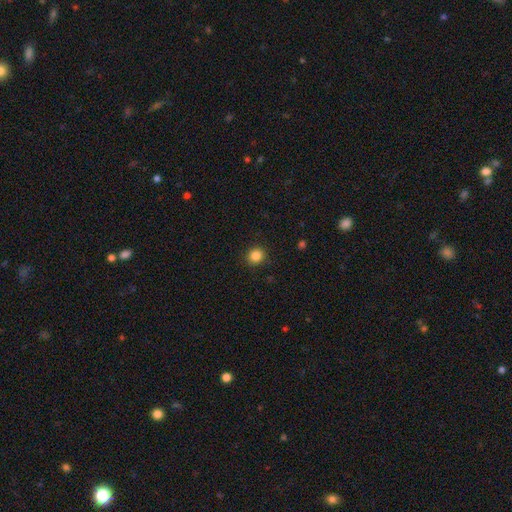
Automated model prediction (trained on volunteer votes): Smooth or featured? Predicted: smooth (p=0.85). How rounded? Predicted: round (p=0.87). Merging? Predicted: none (p=0.90).